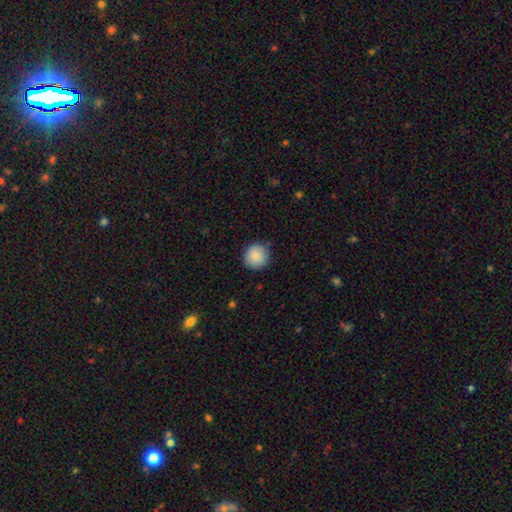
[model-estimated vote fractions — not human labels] Q: Smooth or featured?
A: smooth (86%); runner-up: star or artifact (8%)
Q: How rounded?
A: round (94%); runner-up: in between (5%)
Q: Merging?
A: none (86%); runner-up: minor disturbance (10%)